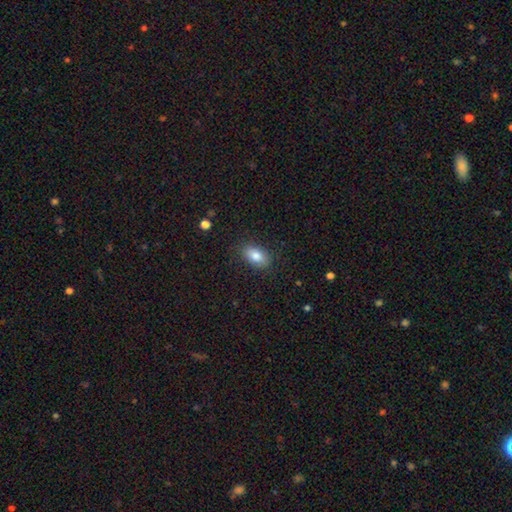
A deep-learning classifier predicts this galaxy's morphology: Smooth or featured? Predicted: smooth (p=0.83). How rounded? Predicted: in between (p=0.91). Merging? Predicted: none (p=0.86).